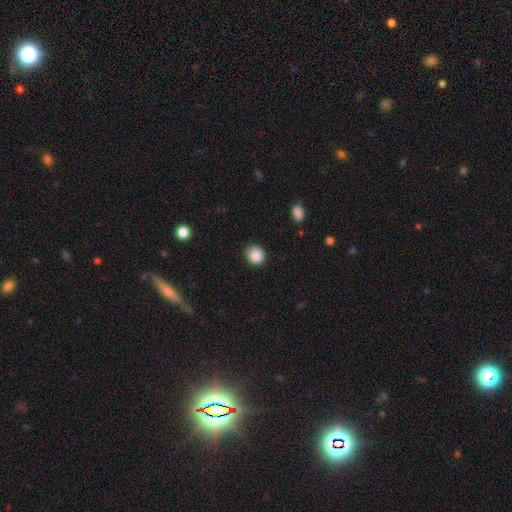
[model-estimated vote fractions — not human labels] smooth-or-featured: smooth: 88% | star or artifact: 9% | featured or disk: 3%
  how-rounded: round: 85% | in between: 14% | cigar-shaped: 1%
  merging: none: 86% | minor disturbance: 10% | major disturbance: 2% | merger: 1%